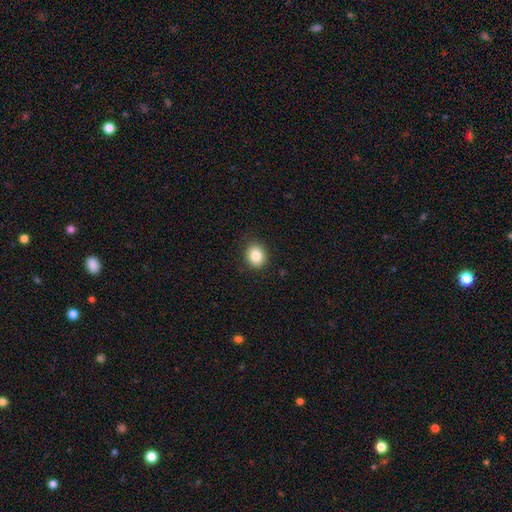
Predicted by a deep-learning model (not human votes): Smooth or featured?
  - smooth: 85% *
  - star or artifact: 10%
  - featured or disk: 6%
How rounded?
  - round: 65% *
  - in between: 34%
  - cigar-shaped: 1%
Merging?
  - none: 89% *
  - minor disturbance: 8%
  - major disturbance: 2%
  - merger: 1%